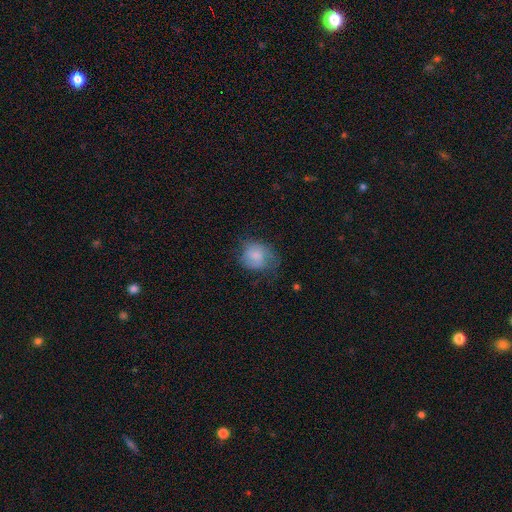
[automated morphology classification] A smooth galaxy with no disk features (74%) that is round (68%).

Vote fractions:
- Smooth or featured? smooth: 74% / featured or disk: 18% / star or artifact: 8%
- How rounded? round: 68% / in between: 31% / cigar-shaped: 1%
- Merging? none: 48% / minor disturbance: 32% / major disturbance: 19% / merger: 1%